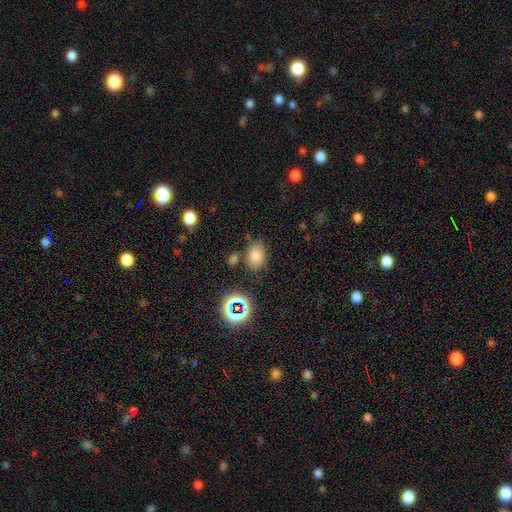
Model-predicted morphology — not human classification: Smooth or featured? Predicted: smooth (p=0.74). How rounded? Predicted: in between (p=0.74). Merging? Predicted: none (p=0.76).